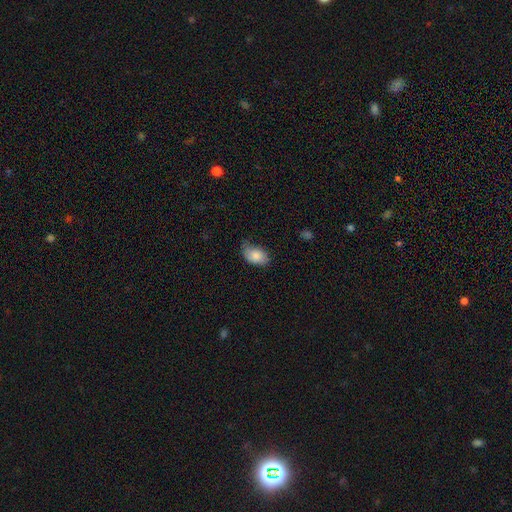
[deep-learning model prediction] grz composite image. It shows a smooth galaxy with no disk features (83%) that is in between round and cigar-shaped (90%). Merging: none (49%).